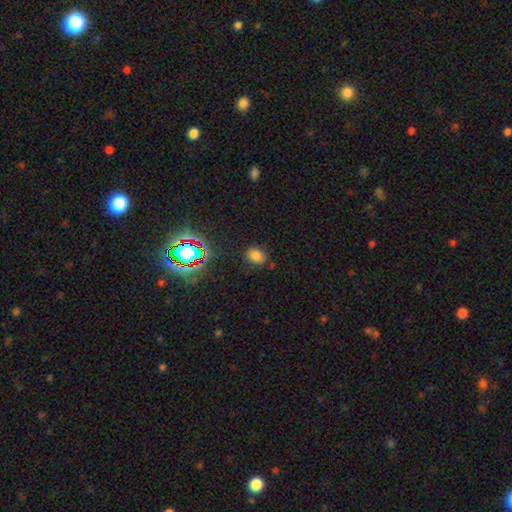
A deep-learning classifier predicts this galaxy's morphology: type=smooth (73%); roundness=in between (65%); merging=none (81%).